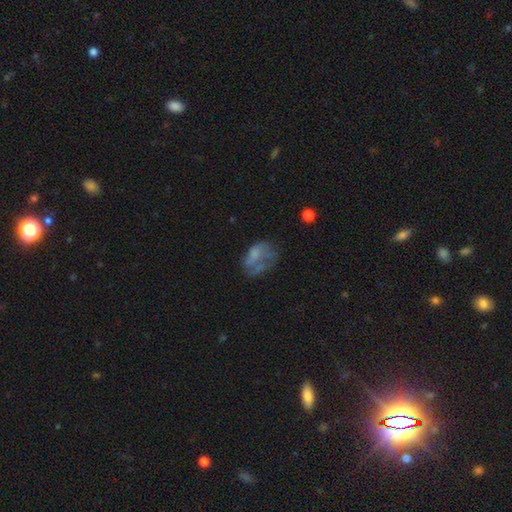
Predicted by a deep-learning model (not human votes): Smooth or featured: smooth — 49% (featured or disk — 39%)
Merging: major disturbance — 37% (none — 32%)